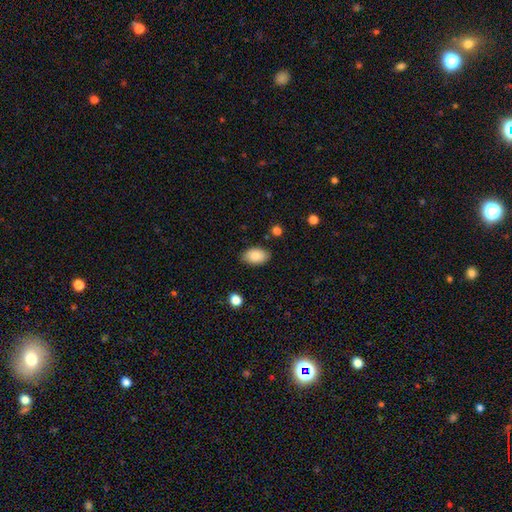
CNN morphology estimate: Smooth or featured?
  - smooth: 88% *
  - star or artifact: 7%
  - featured or disk: 5%
How rounded?
  - in between: 92% *
  - round: 7%
  - cigar-shaped: 1%
Merging?
  - none: 84% *
  - minor disturbance: 12%
  - major disturbance: 3%
  - merger: 2%